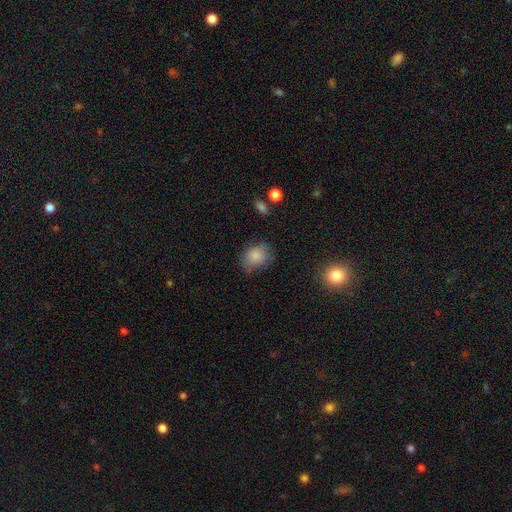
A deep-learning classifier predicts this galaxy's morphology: The model was most divided on "how rounded": in between: 60%, round: 39%, cigar-shaped: 1%. More confident: smooth or featured — smooth (82%); merging — none (62%).